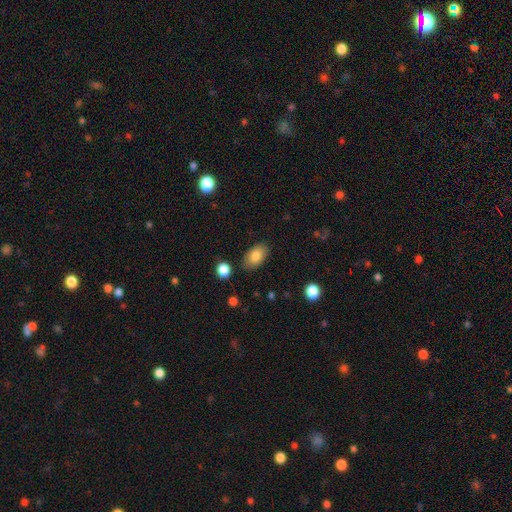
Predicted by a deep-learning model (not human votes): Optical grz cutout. It shows a smooth galaxy with no disk features (83%) that is in between round and cigar-shaped (91%). Merging: none (84%).